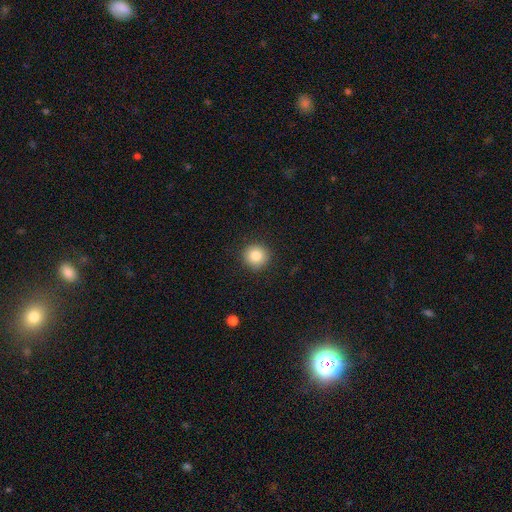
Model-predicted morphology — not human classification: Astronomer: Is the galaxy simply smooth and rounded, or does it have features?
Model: smooth — 83%.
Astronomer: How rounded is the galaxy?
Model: round — 94%.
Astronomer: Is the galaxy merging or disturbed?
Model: none — 91%.